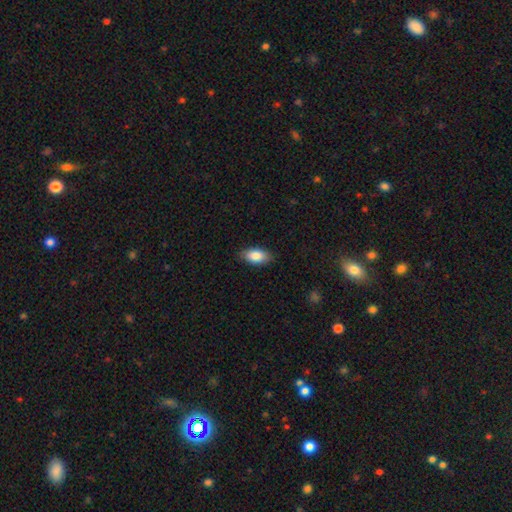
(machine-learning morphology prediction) Smooth or featured: smooth — 86% (featured or disk — 8%)
How rounded: in between — 92% (cigar-shaped — 4%)
Merging: none — 87% (minor disturbance — 10%)